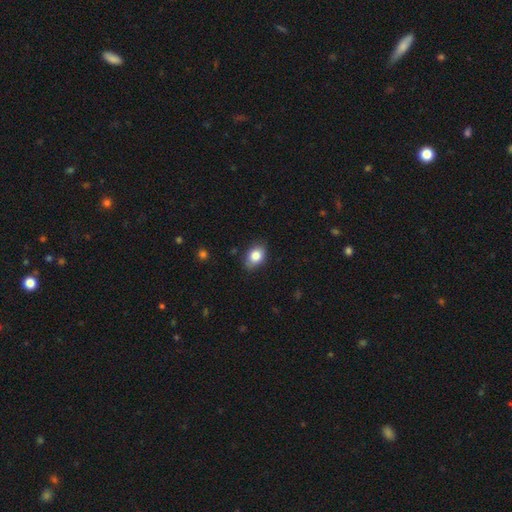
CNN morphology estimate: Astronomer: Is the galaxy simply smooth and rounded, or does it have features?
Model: smooth — 83%.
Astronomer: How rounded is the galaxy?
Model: in between — 80%.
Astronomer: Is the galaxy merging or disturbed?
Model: none — 81%.